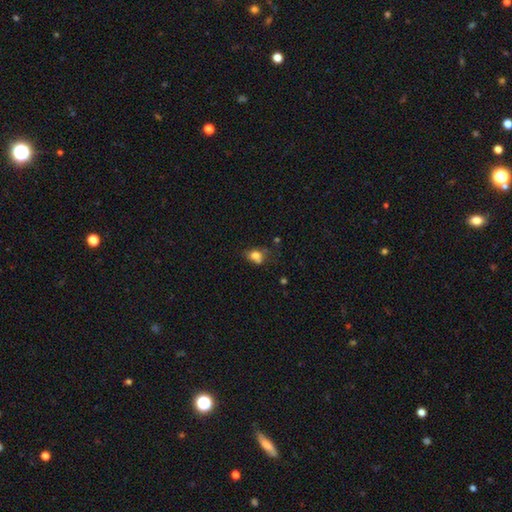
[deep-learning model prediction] Smooth or featured? Predicted: smooth (p=0.75). How rounded? Predicted: in between (p=0.61). Merging? Predicted: none (p=0.42).